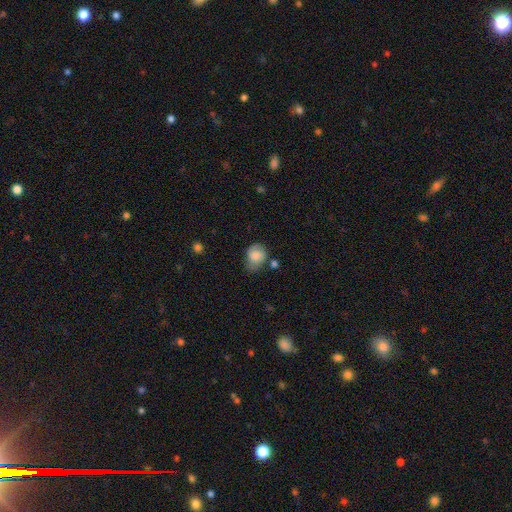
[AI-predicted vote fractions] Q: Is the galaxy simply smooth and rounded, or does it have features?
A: smooth — 77%.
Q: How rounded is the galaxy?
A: in between — 52%.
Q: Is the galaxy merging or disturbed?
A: none — 49%.